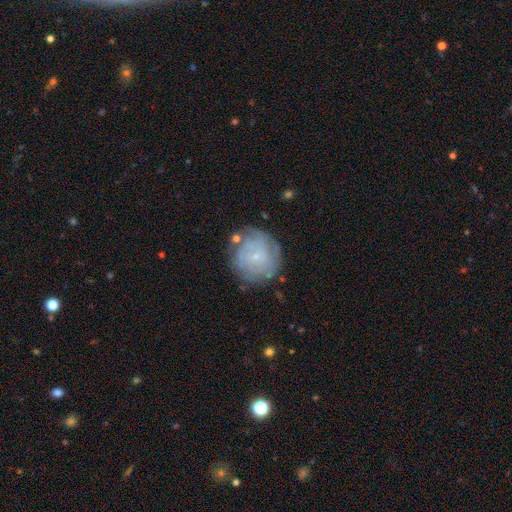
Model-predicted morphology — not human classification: The model was most divided on "smooth or featured": featured or disk: 57%, smooth: 35%, star or artifact: 8%. More confident: edge-on disk — no (97%); bulge size — small (86%); bar — no (83%); spiral arms — yes (72%); merging — none (70%).